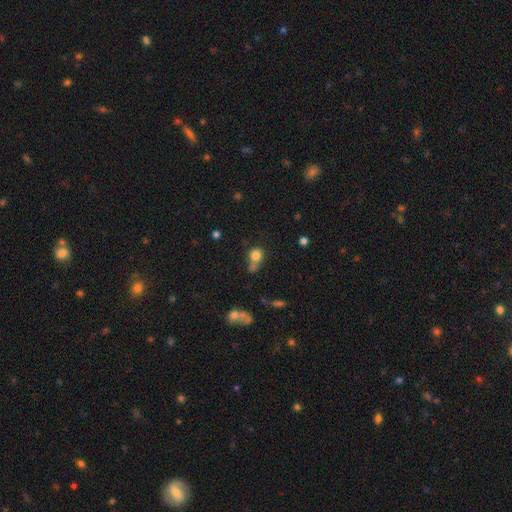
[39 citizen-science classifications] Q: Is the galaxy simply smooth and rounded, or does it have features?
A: smooth — 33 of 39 (85%).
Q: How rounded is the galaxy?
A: round — 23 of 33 (70%).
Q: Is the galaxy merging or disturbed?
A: merger — 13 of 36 (36%).